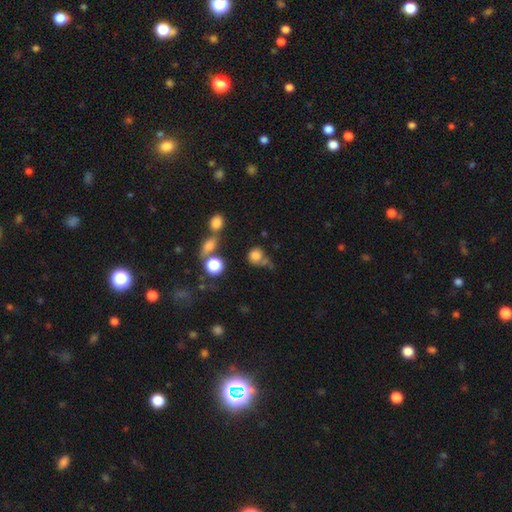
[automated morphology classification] smooth 78%, star or artifact 14%, featured or disk 8%. Down the decision tree: how rounded — round (80%); merging — none (51%).